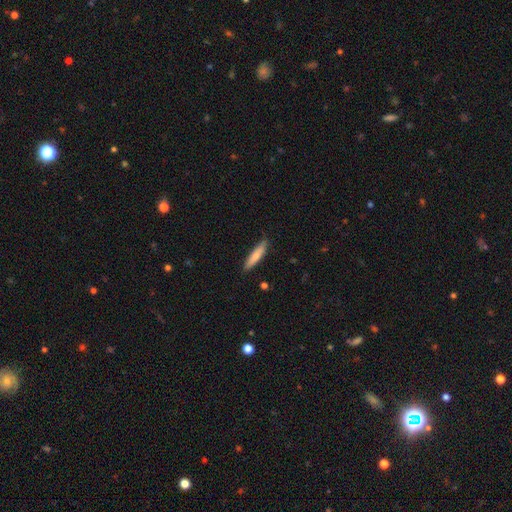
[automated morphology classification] smooth-or-featured: smooth: 74% | featured or disk: 20% | star or artifact: 6%
  how-rounded: cigar-shaped: 83% | in between: 15% | round: 1%
  merging: none: 85% | minor disturbance: 12% | major disturbance: 2% | merger: 1%